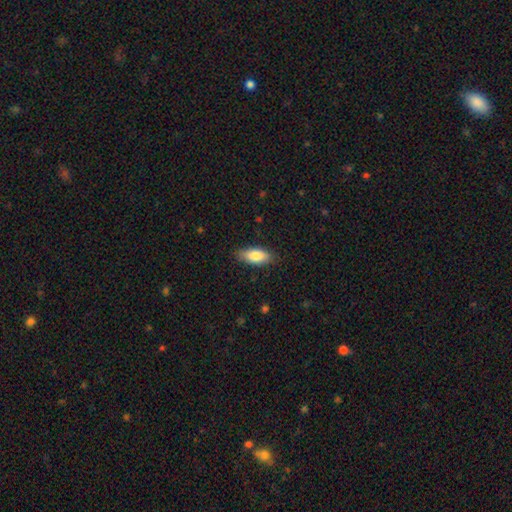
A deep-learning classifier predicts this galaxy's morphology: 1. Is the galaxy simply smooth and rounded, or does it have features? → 84% smooth, 10% featured or disk, 6% star or artifact.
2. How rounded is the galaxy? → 86% in between, 12% cigar-shaped, 2% round.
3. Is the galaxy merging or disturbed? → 85% none, 12% minor disturbance, 2% major disturbance, 1% merger.